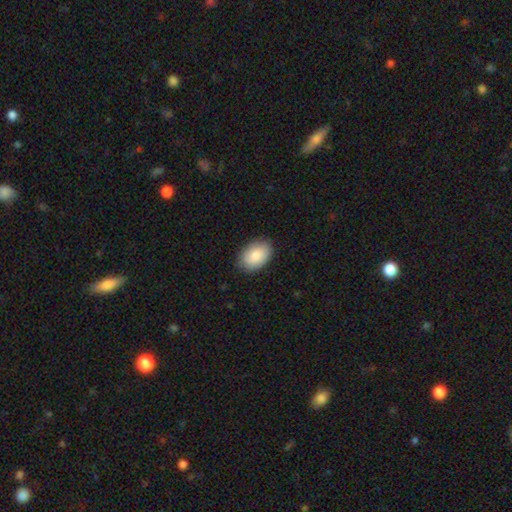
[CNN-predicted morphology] Overall: smooth (87%). How rounded: in between (90%). Merging: none (85%).